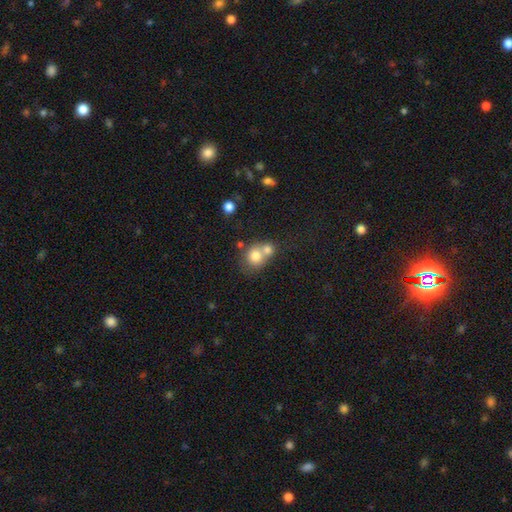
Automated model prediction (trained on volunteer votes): Smooth or featured? smooth (76%)
How rounded? round (78%)
Merging? merger (58%)